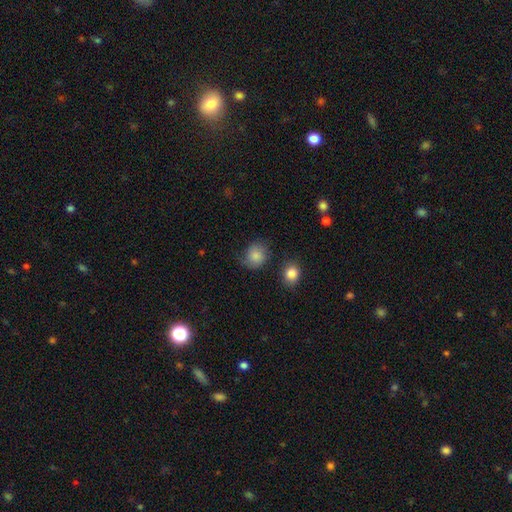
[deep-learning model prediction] Overall: smooth (83%). How rounded: round (72%). Merging: none (65%).